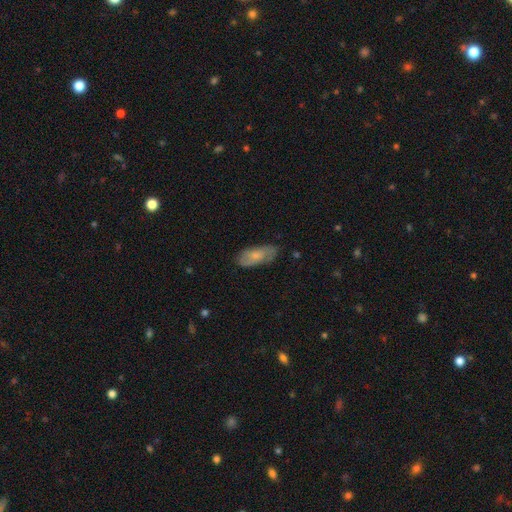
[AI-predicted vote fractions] Q: Smooth or featured?
A: smooth (60%); runner-up: featured or disk (33%)
Q: How rounded?
A: in between (81%); runner-up: cigar-shaped (16%)
Q: Merging?
A: none (72%); runner-up: minor disturbance (22%)